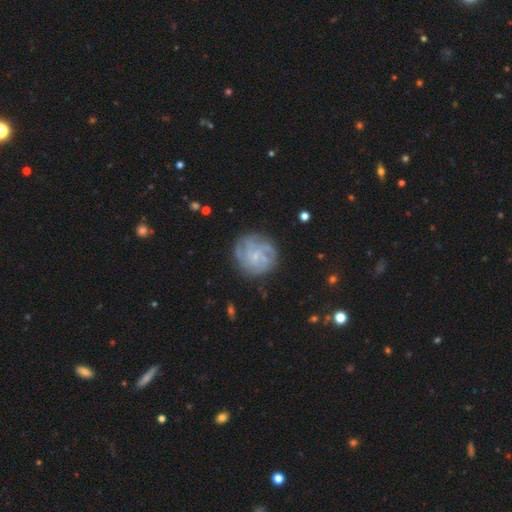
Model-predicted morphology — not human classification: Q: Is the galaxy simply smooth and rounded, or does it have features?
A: featured or disk — 72%.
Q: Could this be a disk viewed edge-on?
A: no — 98%.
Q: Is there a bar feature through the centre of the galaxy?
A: no — 66%.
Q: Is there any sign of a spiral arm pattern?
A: yes — 90%.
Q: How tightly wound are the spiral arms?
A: tight — 57%.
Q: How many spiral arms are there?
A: can't tell — 36%.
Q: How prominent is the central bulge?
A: small — 61%.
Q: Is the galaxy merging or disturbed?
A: none — 76%.